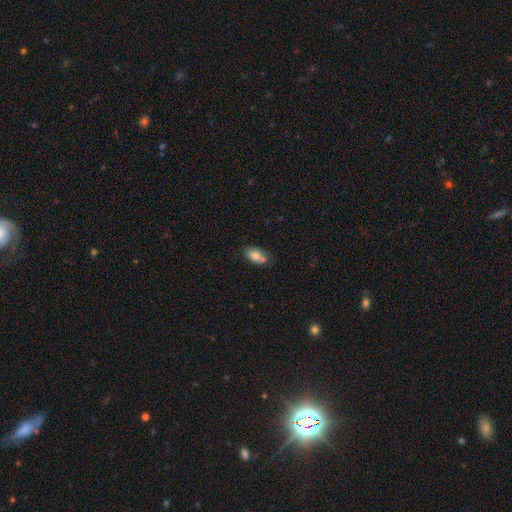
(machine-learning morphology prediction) Smooth or featured?
  - smooth: 77% *
  - featured or disk: 15%
  - star or artifact: 8%
How rounded?
  - in between: 88% *
  - round: 9%
  - cigar-shaped: 3%
Merging?
  - none: 55% *
  - merger: 23%
  - minor disturbance: 17%
  - major disturbance: 4%